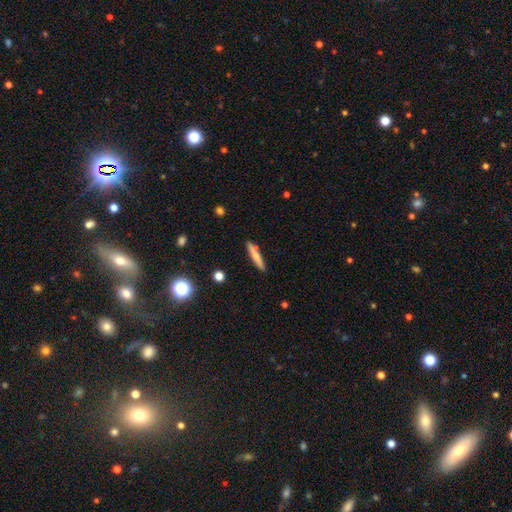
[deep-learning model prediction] smooth_or_featured: smooth (p=0.67) [alt: featured or disk p=0.26]
how_rounded: cigar-shaped (p=0.91) [alt: in between p=0.07]
merging: none (p=0.89) [alt: minor disturbance p=0.08]